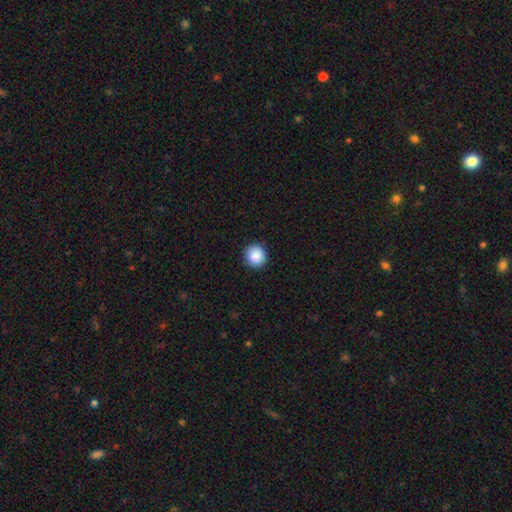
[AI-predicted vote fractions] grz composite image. It shows a smooth galaxy with no disk features (88%) that is round (94%). Merging: none (91%).